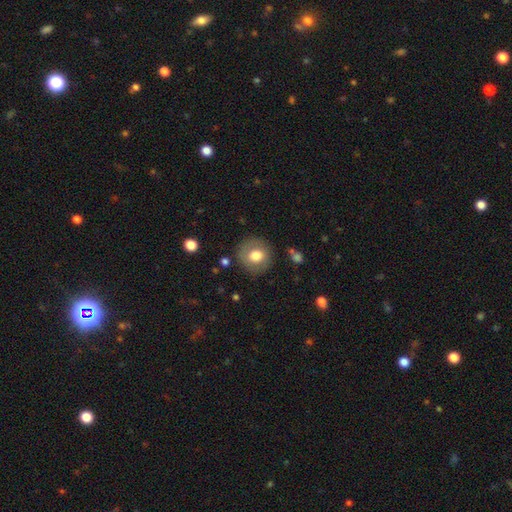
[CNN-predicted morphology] Smooth or featured?
  - smooth: 70% *
  - featured or disk: 22%
  - star or artifact: 8%
How rounded?
  - round: 91% *
  - in between: 8%
  - cigar-shaped: 1%
Merging?
  - none: 84% *
  - minor disturbance: 10%
  - major disturbance: 4%
  - merger: 2%